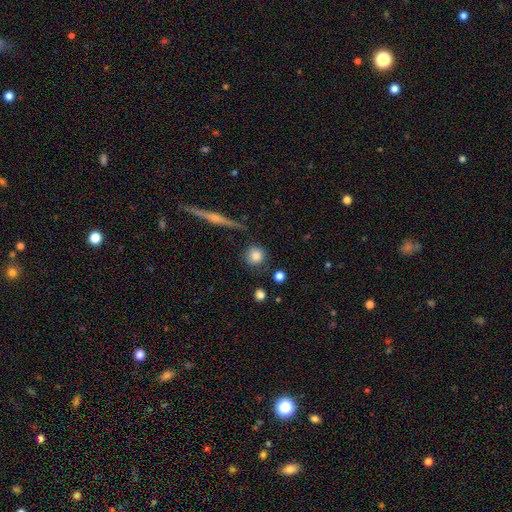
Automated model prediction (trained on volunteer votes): Overall: smooth (82%). How rounded: round (89%). Merging: none (79%).